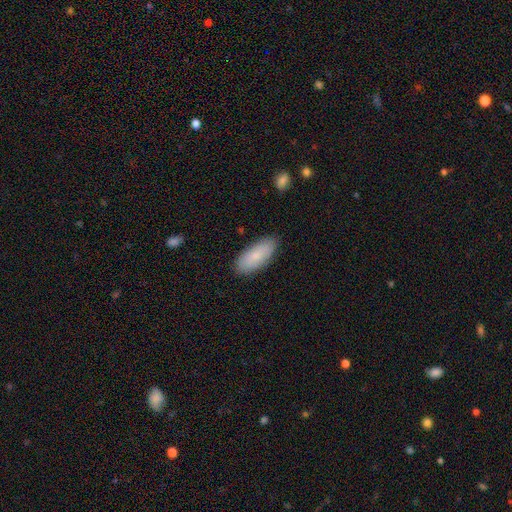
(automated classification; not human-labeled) Smooth or featured? Predicted: smooth (p=0.83). How rounded? Predicted: in between (p=0.85). Merging? Predicted: none (p=0.86).